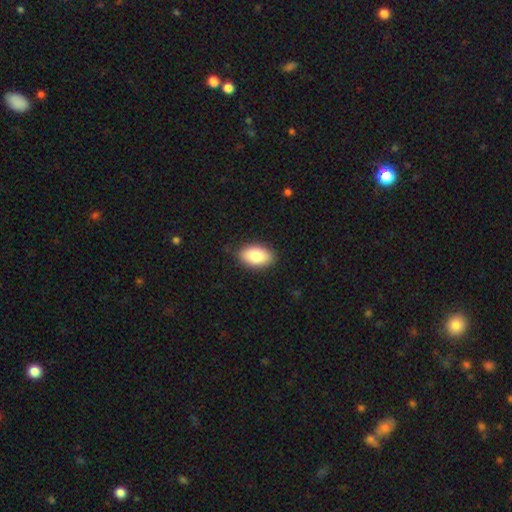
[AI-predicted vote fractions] Smooth or featured? Predicted: smooth (p=0.83). How rounded? Predicted: in between (p=0.93). Merging? Predicted: none (p=0.87).